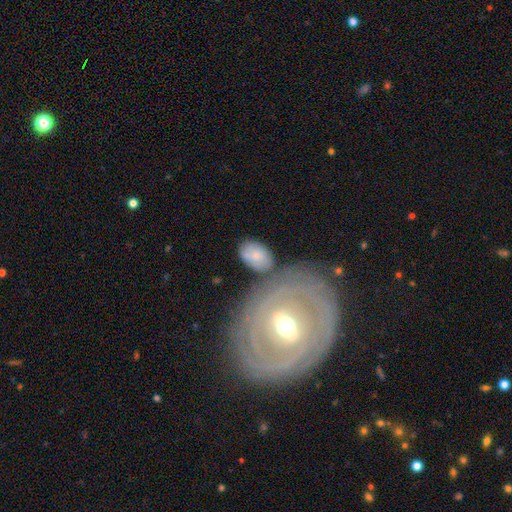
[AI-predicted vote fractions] Smooth or featured: smooth — 70% (featured or disk — 23%)
How rounded: in between — 84% (round — 14%)
Merging: none — 56% (minor disturbance — 19%)